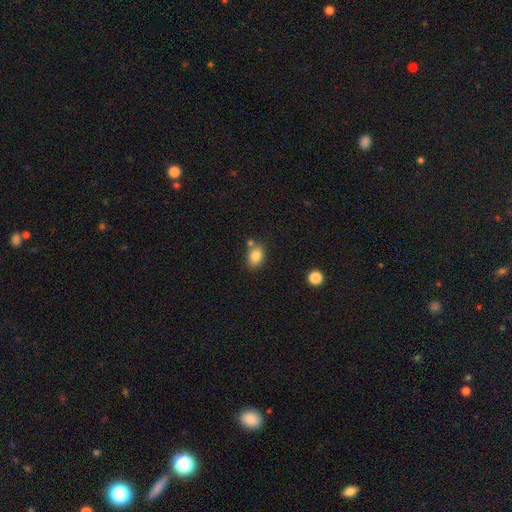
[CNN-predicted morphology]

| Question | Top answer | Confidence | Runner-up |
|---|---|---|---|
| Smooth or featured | smooth | 83% | star or artifact (10%) |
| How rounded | in between | 59% | round (40%) |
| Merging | none | 68% | merger (15%) |